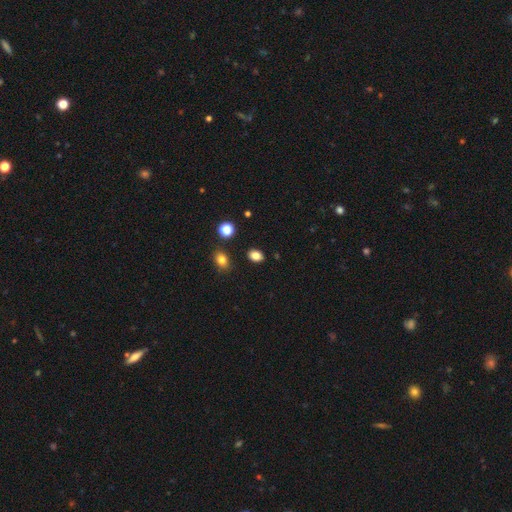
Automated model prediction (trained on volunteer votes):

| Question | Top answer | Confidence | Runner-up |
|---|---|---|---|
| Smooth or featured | smooth | 84% | star or artifact (11%) |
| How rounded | in between | 74% | round (25%) |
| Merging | none | 87% | minor disturbance (8%) |